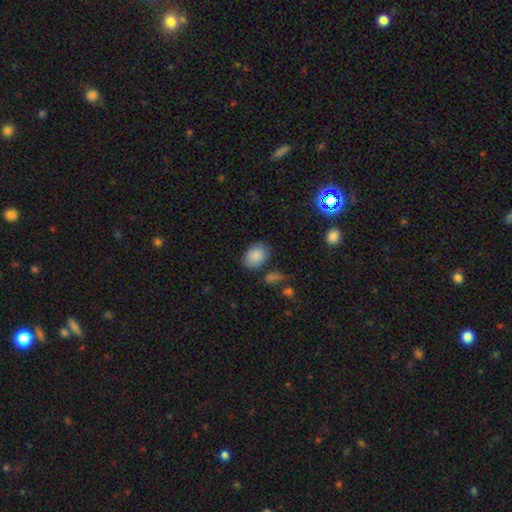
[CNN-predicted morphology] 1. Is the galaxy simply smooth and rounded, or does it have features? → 87% smooth, 8% star or artifact, 6% featured or disk.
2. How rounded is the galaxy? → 82% in between, 17% round, 1% cigar-shaped.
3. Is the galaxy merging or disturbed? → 78% none, 14% minor disturbance, 4% merger, 4% major disturbance.